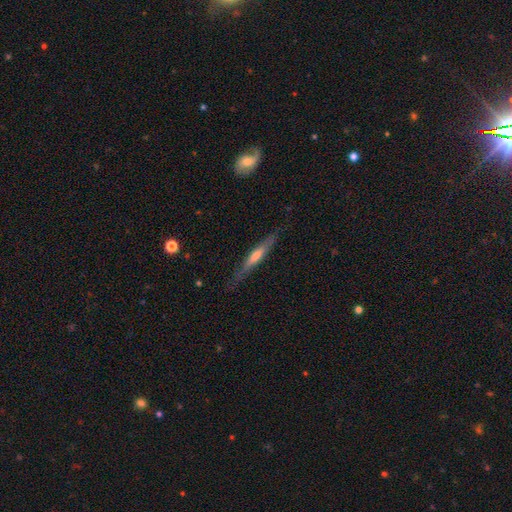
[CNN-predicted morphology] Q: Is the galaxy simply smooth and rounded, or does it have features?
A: featured or disk — 55%.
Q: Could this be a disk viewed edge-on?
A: yes — 94%.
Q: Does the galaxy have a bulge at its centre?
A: rounded — 48%.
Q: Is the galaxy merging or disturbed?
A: none — 82%.